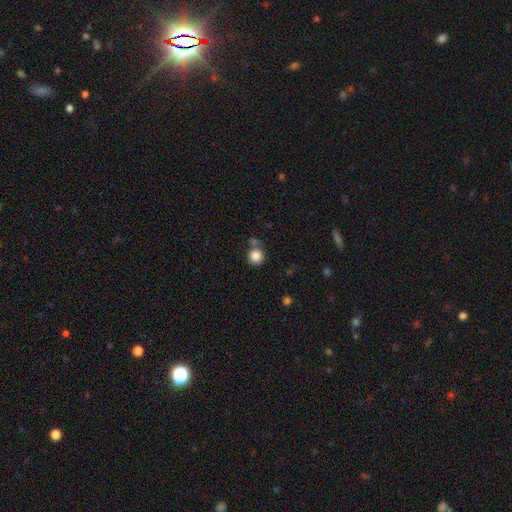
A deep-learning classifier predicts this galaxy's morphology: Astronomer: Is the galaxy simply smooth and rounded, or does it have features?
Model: smooth — 85%.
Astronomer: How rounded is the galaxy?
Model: round — 92%.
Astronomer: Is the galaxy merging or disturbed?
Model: none — 71%.